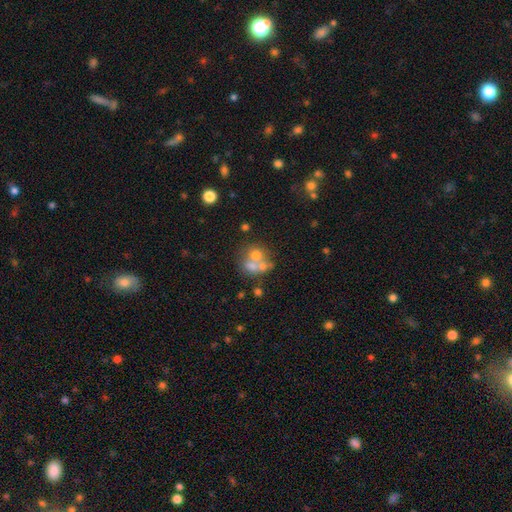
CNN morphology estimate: This is possibly a smooth galaxy (45%). Merging: possibly merger (45%).